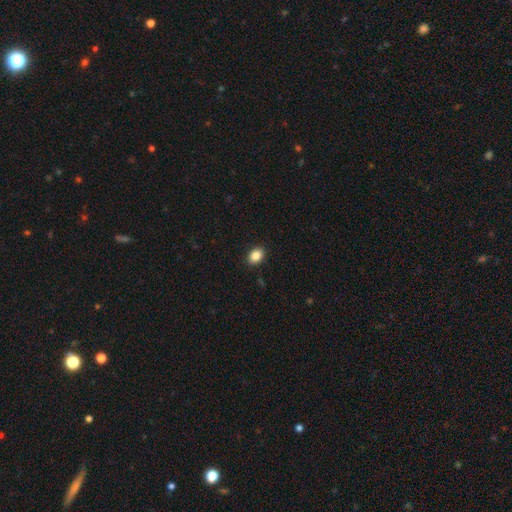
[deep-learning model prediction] This appears to be a smooth galaxy with no disk features (86%) that is in between round and cigar-shaped (69%). Merging: none (90%).